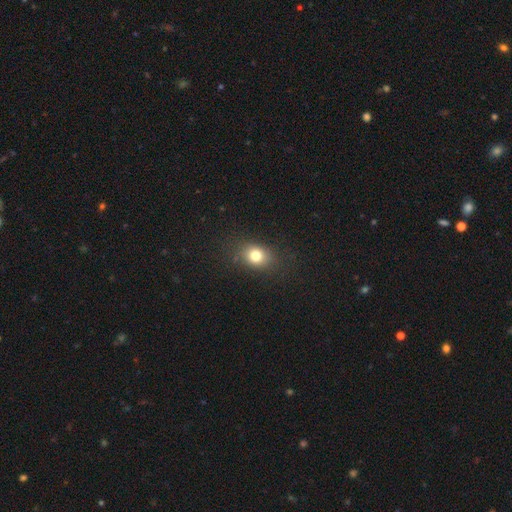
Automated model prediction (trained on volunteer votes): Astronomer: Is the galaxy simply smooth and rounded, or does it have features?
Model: smooth — 78%.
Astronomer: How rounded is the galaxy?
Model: round — 51% (runner-up: in between, 47%).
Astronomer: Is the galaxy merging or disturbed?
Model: none — 81%.